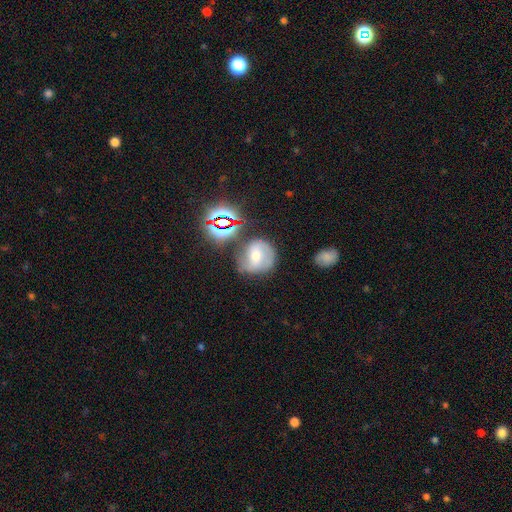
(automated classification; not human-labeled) featured or disk 52%, smooth 30%, star or artifact 18%. Down the decision tree: edge-on disk — no (96%); merging — none (65%).